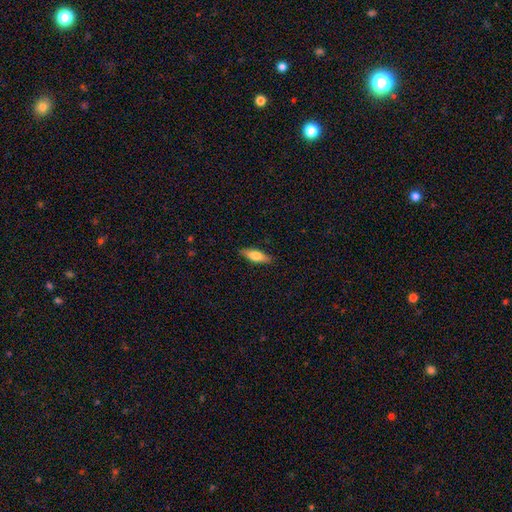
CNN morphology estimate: smooth 67%, featured or disk 27%, star or artifact 6%. Down the decision tree: how rounded — in between (54%); merging — none (87%).